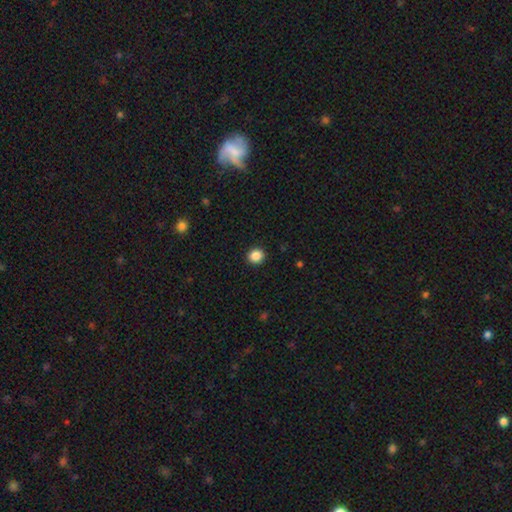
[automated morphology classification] smooth 87%, star or artifact 10%, featured or disk 3%. Down the decision tree: how rounded — round (87%); merging — none (93%).